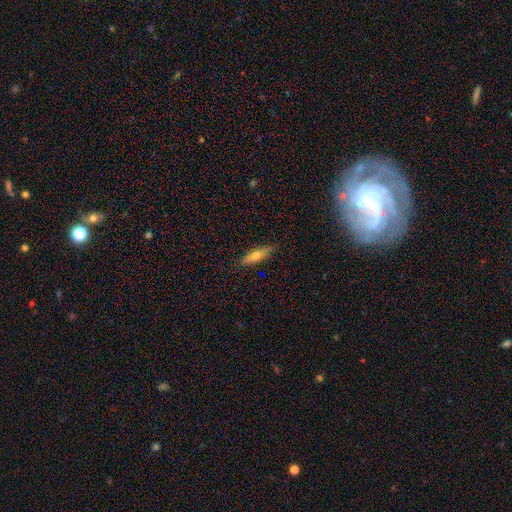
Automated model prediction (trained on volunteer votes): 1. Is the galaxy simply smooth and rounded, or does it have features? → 64% smooth, 30% featured or disk, 7% star or artifact.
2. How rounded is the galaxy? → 68% cigar-shaped, 30% in between, 2% round.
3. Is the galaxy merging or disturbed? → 86% none, 11% minor disturbance, 2% major disturbance, 1% merger.